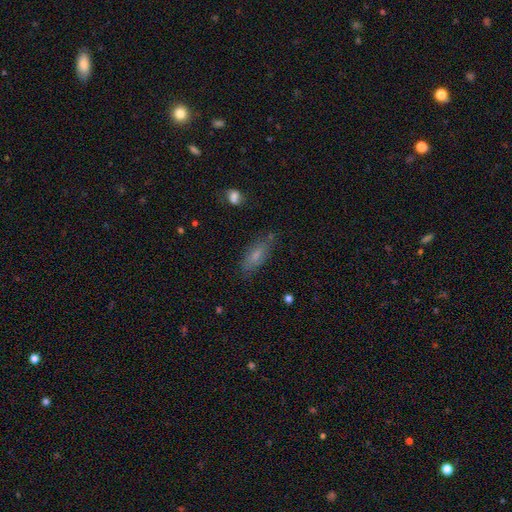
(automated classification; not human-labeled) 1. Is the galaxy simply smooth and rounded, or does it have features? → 68% smooth, 23% featured or disk, 9% star or artifact.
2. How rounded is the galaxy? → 67% in between, 31% cigar-shaped, 3% round.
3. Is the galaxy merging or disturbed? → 73% none, 18% minor disturbance, 5% major disturbance, 3% merger.